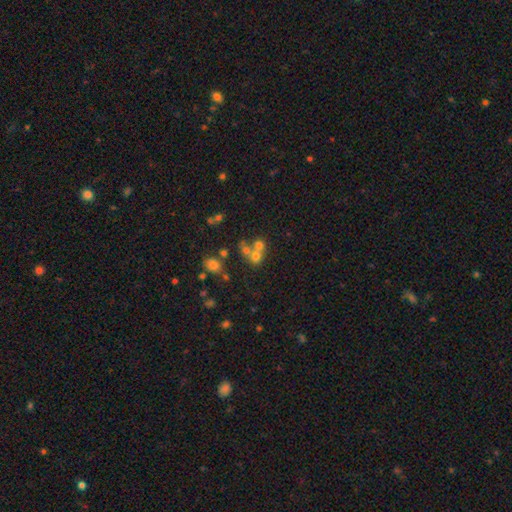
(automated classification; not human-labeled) The model was most divided on "merging": merger: 57%, none: 32%, minor disturbance: 7%, major disturbance: 5%. More confident: how rounded — round (76%); smooth or featured — smooth (60%).